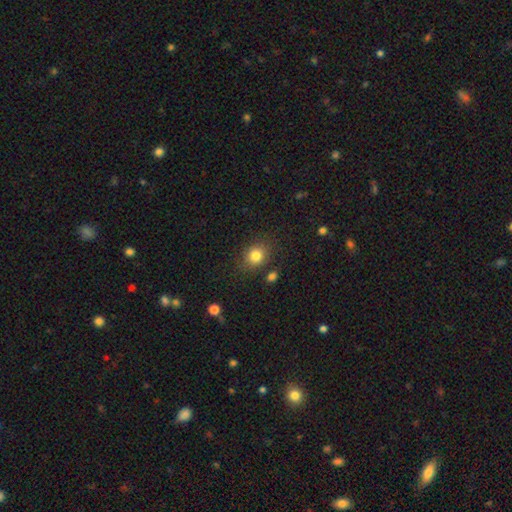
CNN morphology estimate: smooth 82%, star or artifact 11%, featured or disk 7%. Down the decision tree: how rounded — round (67%); merging — none (79%).